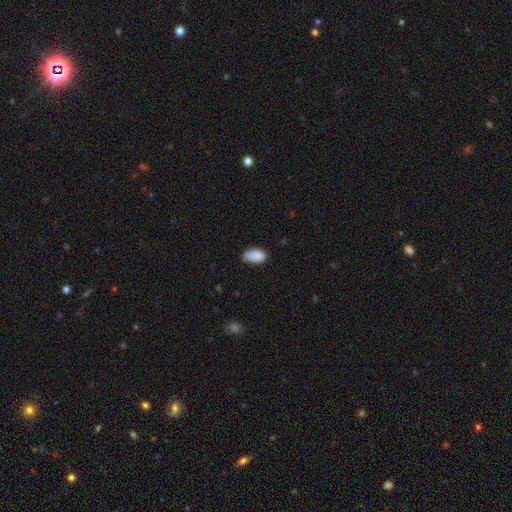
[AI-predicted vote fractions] This appears to be a smooth galaxy with no disk features (88%) that is in between round and cigar-shaped (93%). Merging: none (65%).